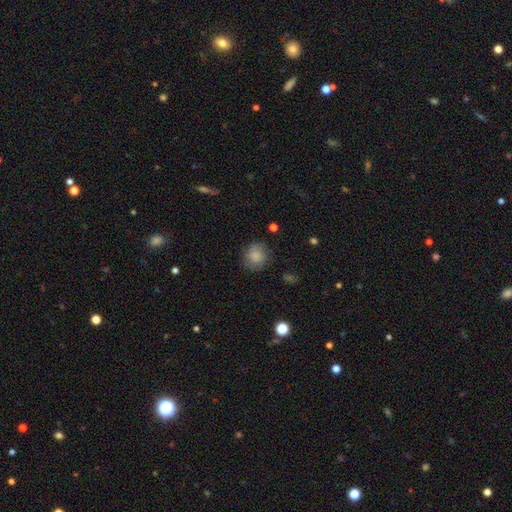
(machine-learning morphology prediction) This is likely a smooth galaxy (79%). How rounded: clearly round (83%). Merging: likely none (76%).